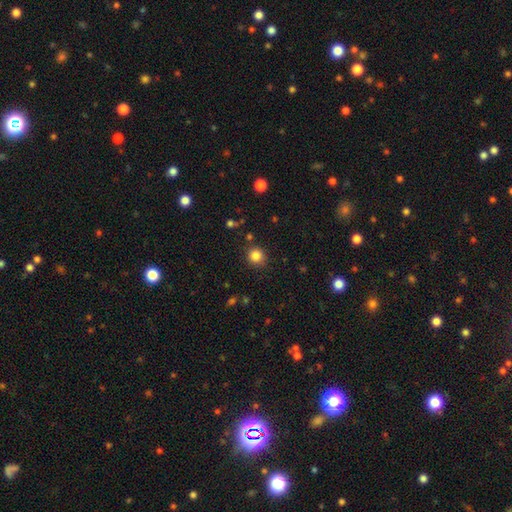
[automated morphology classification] This appears to be a smooth galaxy with no disk features (84%) that is round (90%). Merging: none (87%).